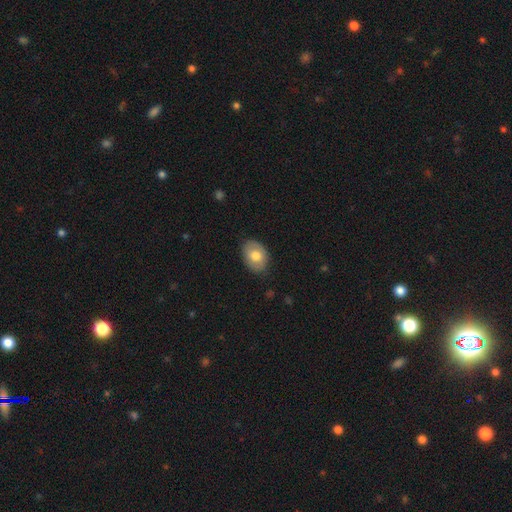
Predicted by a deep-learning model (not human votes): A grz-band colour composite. It shows a smooth galaxy with no disk features (71%) that is in between round and cigar-shaped (77%). Merging: none (83%).